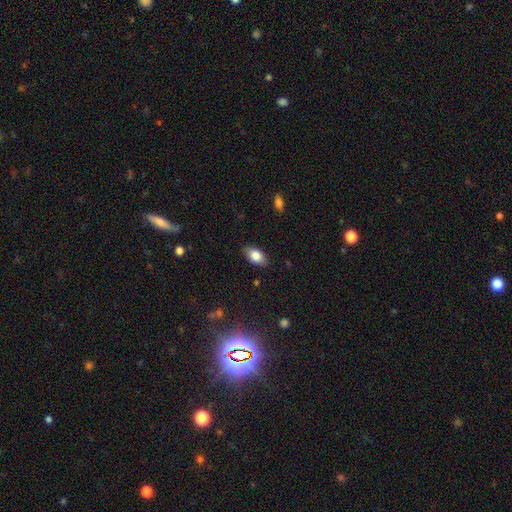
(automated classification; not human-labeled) The model was most divided on "smooth or featured": smooth: 82%, featured or disk: 11%, star or artifact: 7%. More confident: how rounded — in between (92%); merging — none (86%).